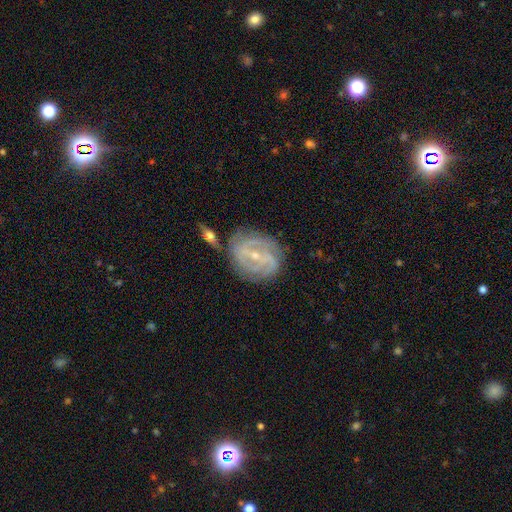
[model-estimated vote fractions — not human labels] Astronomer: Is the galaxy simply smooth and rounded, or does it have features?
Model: featured or disk — 86%.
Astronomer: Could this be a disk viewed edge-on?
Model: no — 97%.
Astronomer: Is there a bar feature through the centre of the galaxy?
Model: weak — 45% (runner-up: strong, 36%).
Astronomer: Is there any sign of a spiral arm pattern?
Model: yes — 96%.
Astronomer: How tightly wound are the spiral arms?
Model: tight — 60%.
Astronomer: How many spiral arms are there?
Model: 2 — 43% (runner-up: 3, 22%).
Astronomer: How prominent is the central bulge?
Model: small — 68%.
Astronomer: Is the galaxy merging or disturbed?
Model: none — 69%.